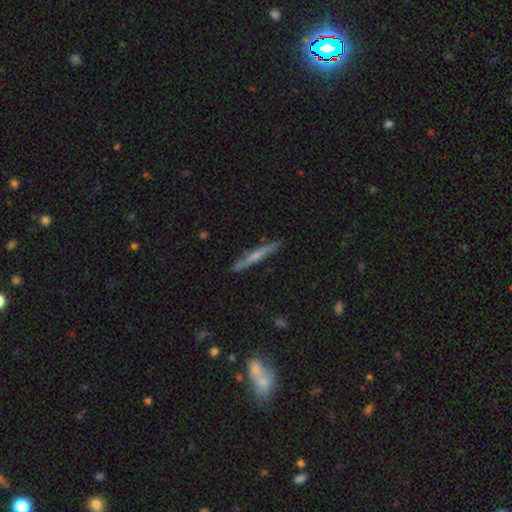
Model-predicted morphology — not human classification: Q: Smooth or featured?
A: featured or disk (52%); runner-up: smooth (42%)
Q: Edge-on disk?
A: yes (96%); runner-up: no (4%)
Q: Merging?
A: none (87%); runner-up: minor disturbance (10%)